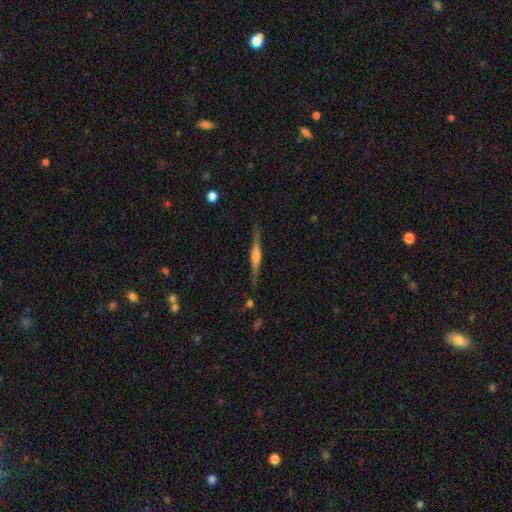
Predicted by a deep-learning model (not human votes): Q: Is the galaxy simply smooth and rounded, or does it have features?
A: featured or disk — 72%.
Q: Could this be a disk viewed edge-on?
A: yes — 98%.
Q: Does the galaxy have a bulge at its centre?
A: rounded — 65%.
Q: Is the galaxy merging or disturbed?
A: none — 85%.